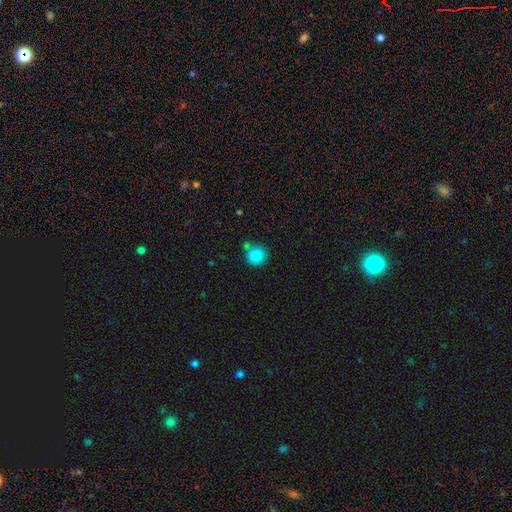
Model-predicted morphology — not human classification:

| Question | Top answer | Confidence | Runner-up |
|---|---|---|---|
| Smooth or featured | smooth | 86% | star or artifact (9%) |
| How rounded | round | 89% | in between (10%) |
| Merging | none | 67% | merger (15%) |